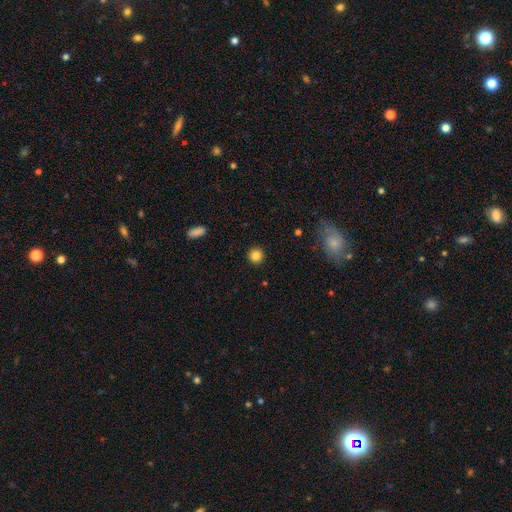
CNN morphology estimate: smooth_or_featured: smooth (p=0.84) [alt: star or artifact p=0.11]
how_rounded: round (p=0.95) [alt: in between p=0.04]
merging: none (p=0.92) [alt: minor disturbance p=0.05]